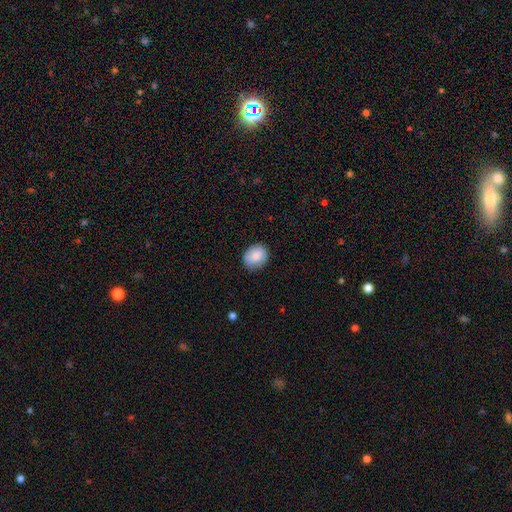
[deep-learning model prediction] This appears to be a smooth galaxy with no disk features (86%) that is round (54%). Merging: none (84%).